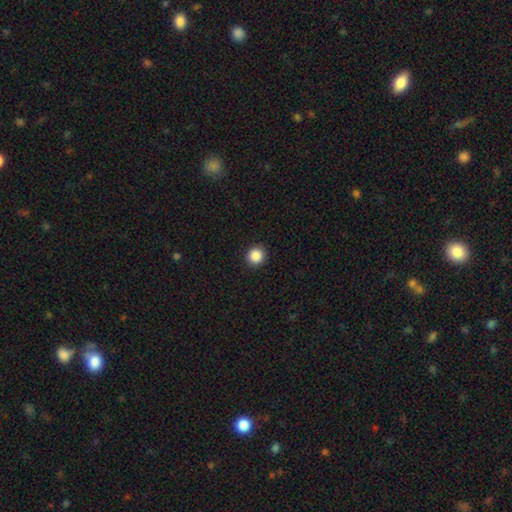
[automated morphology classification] Smooth or featured? smooth (88%)
How rounded? round (94%)
Merging? none (93%)